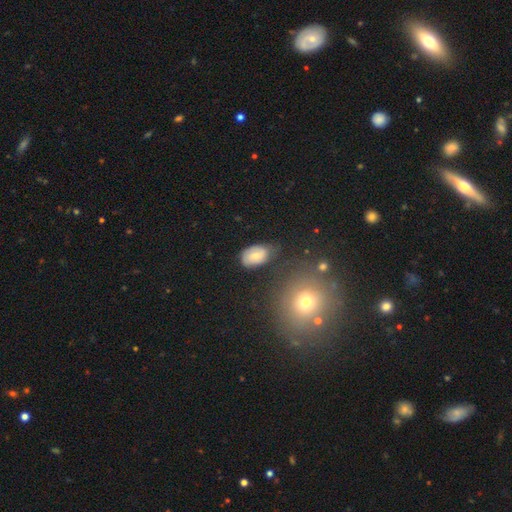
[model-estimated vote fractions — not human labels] Smooth or featured?
  - smooth: 61% *
  - featured or disk: 30%
  - star or artifact: 9%
How rounded?
  - in between: 88% *
  - round: 11%
  - cigar-shaped: 1%
Merging?
  - none: 60% *
  - minor disturbance: 29%
  - major disturbance: 8%
  - merger: 3%